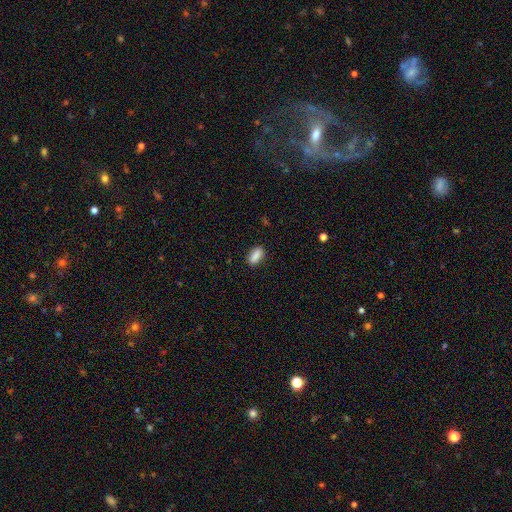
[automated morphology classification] Smooth or featured?
  - smooth: 86% *
  - star or artifact: 8%
  - featured or disk: 6%
How rounded?
  - in between: 81% *
  - cigar-shaped: 14%
  - round: 5%
Merging?
  - none: 86% *
  - minor disturbance: 10%
  - major disturbance: 2%
  - merger: 1%